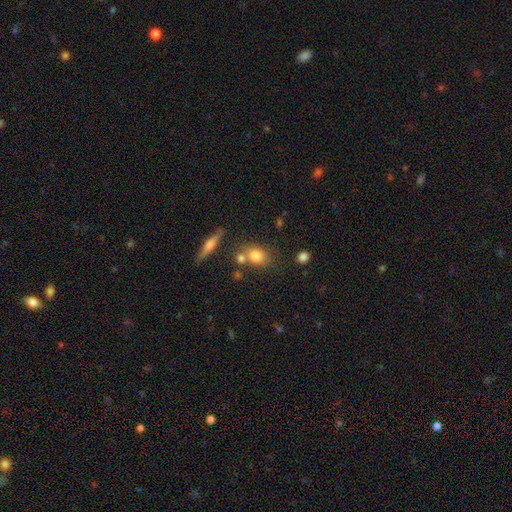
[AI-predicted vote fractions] smooth-or-featured: smooth: 76% | featured or disk: 13% | star or artifact: 10%
  how-rounded: in between: 50% | round: 46% | cigar-shaped: 4%
  merging: none: 59% | merger: 23% | minor disturbance: 14% | major disturbance: 5%